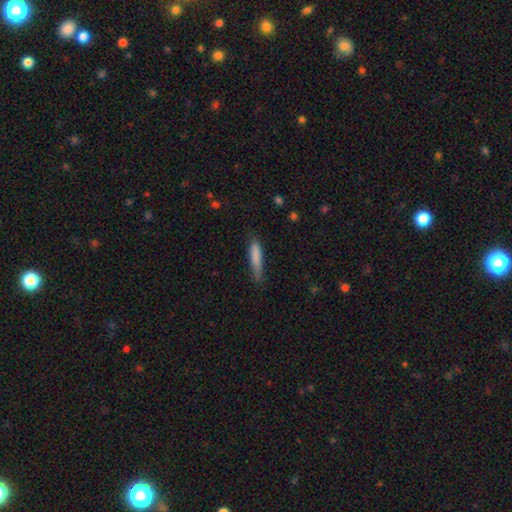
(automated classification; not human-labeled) smooth 81%, featured or disk 12%, star or artifact 7%. Down the decision tree: how rounded — cigar-shaped (84%); merging — none (60%).